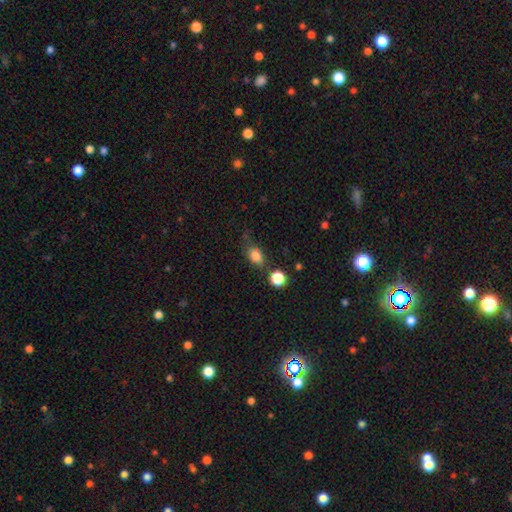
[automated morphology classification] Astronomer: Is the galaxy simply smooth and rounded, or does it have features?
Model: smooth — 82%.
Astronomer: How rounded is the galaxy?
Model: in between — 74%.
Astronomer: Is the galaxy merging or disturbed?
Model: none — 63%.